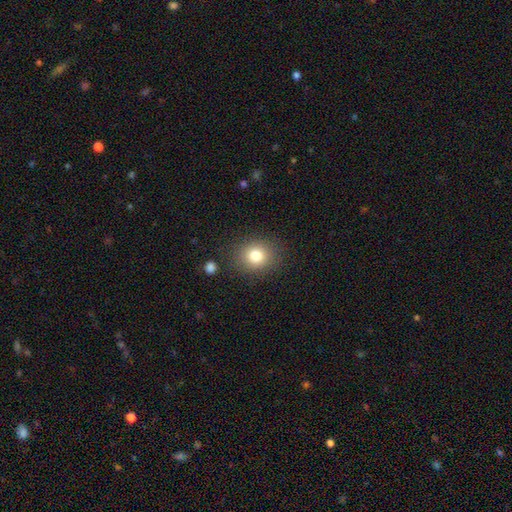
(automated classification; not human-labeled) Smooth or featured: smooth — 80% (star or artifact — 12%)
How rounded: round — 73% (in between — 27%)
Merging: none — 85% (minor disturbance — 9%)